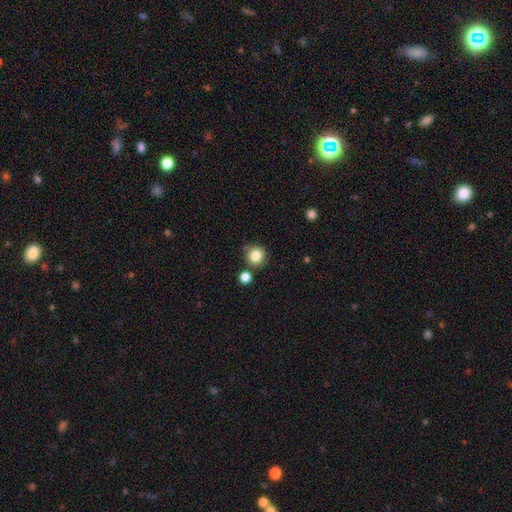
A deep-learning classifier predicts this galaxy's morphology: This appears to be a smooth galaxy with no disk features (83%) that is round (92%). Merging: none (80%).